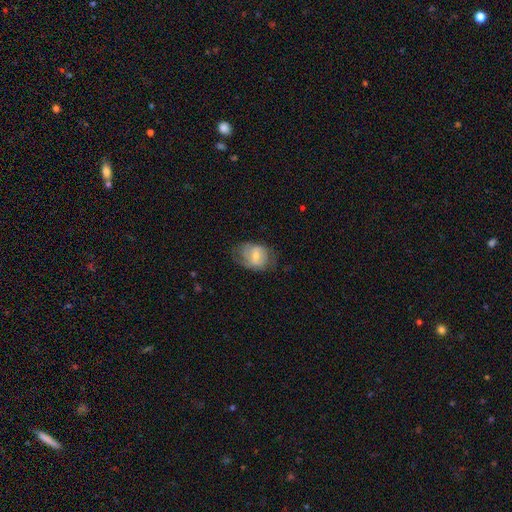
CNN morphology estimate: This appears to be a featured or disk galaxy (49%). Merging: none (51%).